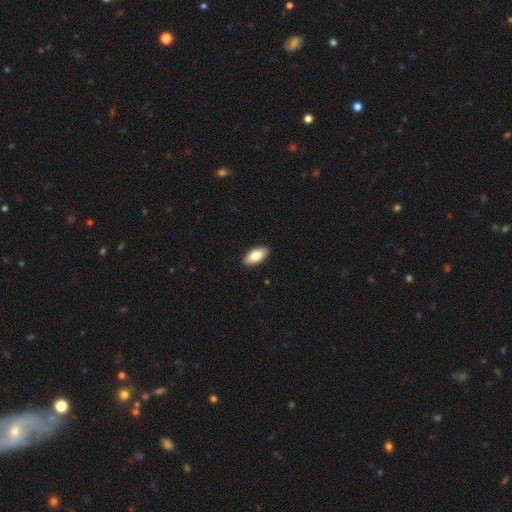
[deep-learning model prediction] smooth_or_featured: smooth (p=0.82) [alt: featured or disk p=0.12]
how_rounded: in between (p=0.91) [alt: cigar-shaped p=0.06]
merging: none (p=0.90) [alt: minor disturbance p=0.07]